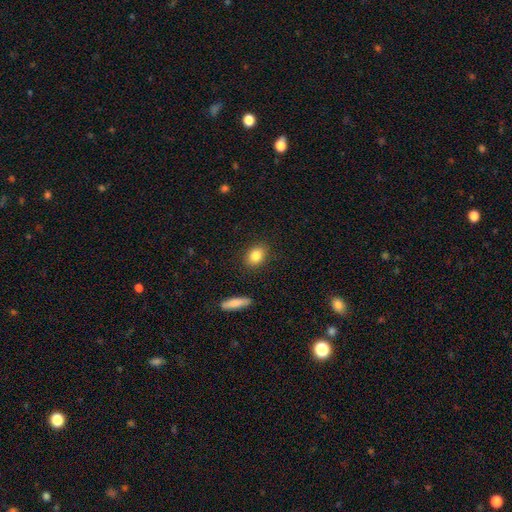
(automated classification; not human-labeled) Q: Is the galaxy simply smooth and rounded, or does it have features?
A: smooth — 84%.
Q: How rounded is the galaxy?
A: in between — 65%.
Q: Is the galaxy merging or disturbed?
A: none — 88%.